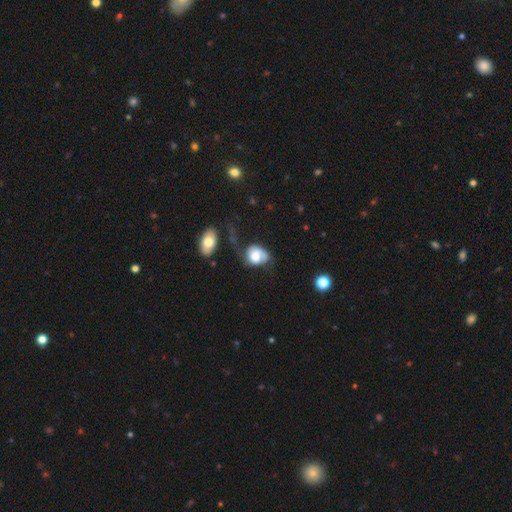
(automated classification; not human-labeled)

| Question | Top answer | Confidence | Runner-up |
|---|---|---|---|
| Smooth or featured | smooth | 46% | featured or disk (45%) |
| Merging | major disturbance | 32% | none (30%) |